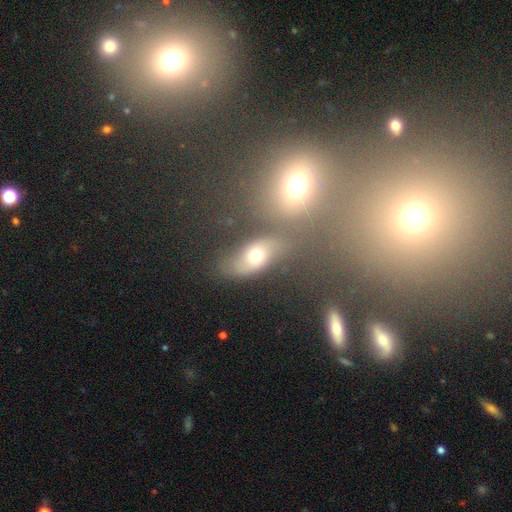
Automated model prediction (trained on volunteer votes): smooth 61%, featured or disk 24%, star or artifact 15%. Down the decision tree: how rounded — in between (73%); merging — none (60%).